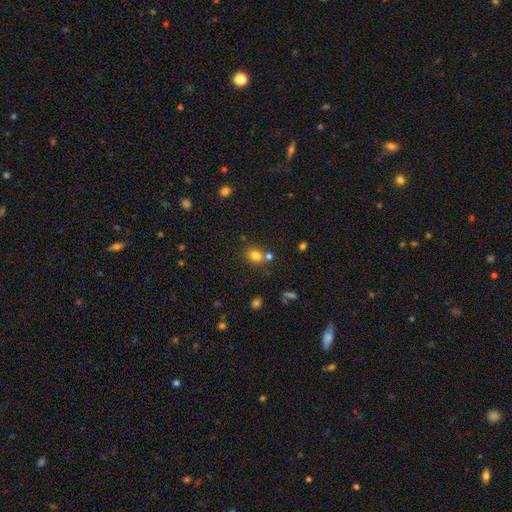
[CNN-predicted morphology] This appears to be a smooth galaxy with no disk features (77%) that is round (76%). Merging: none (63%).